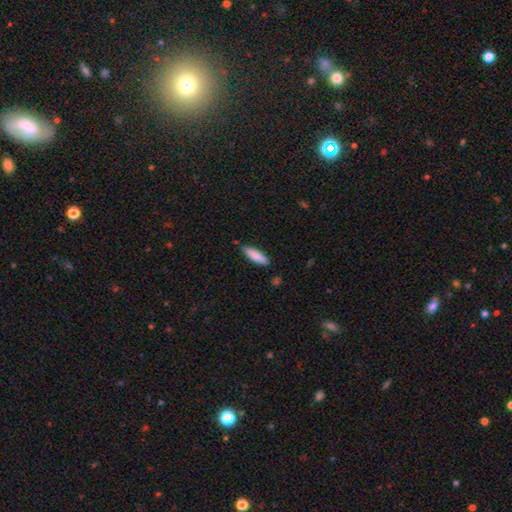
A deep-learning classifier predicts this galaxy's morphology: This appears to be a smooth galaxy with no disk features (85%) that is cigar-shaped (62%). Merging: none (84%).